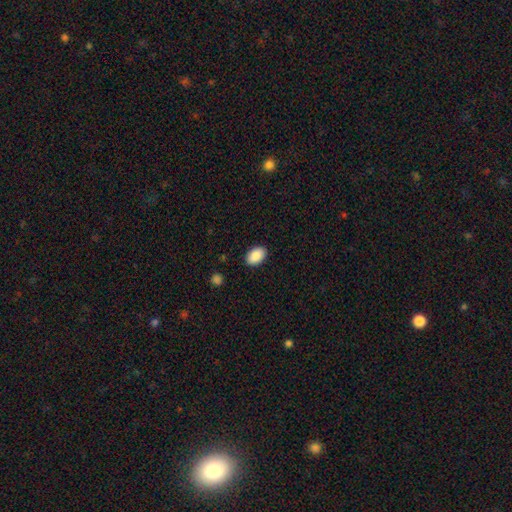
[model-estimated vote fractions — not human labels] smooth-or-featured: smooth: 89% | star or artifact: 7% | featured or disk: 4%
  how-rounded: in between: 90% | round: 9% | cigar-shaped: 1%
  merging: none: 89% | minor disturbance: 8% | major disturbance: 2% | merger: 1%